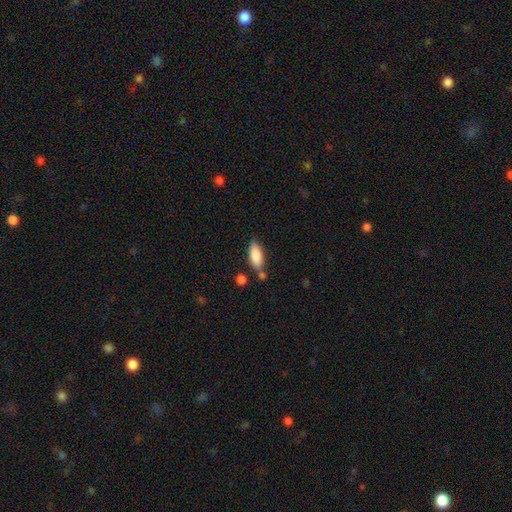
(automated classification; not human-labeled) Smooth or featured: smooth — 86% (featured or disk — 8%)
How rounded: in between — 82% (cigar-shaped — 16%)
Merging: none — 66% (minor disturbance — 17%)